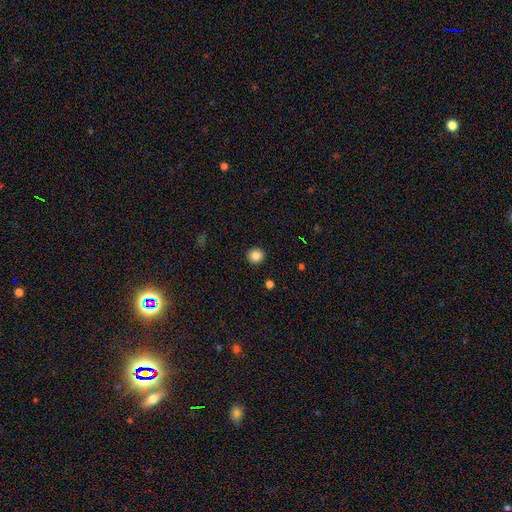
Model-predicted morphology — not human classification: type=smooth (85%); roundness=round (92%); merging=none (92%).